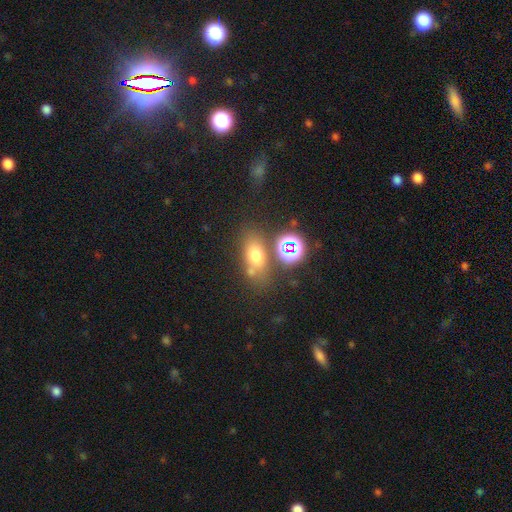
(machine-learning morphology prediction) A smooth galaxy with no disk features (64%) that is in between round and cigar-shaped (67%).

Vote fractions:
- Smooth or featured? smooth: 64% / star or artifact: 21% / featured or disk: 14%
- How rounded? in between: 67% / round: 26% / cigar-shaped: 7%
- Merging? none: 62% / merger: 16% / minor disturbance: 15% / major disturbance: 7%